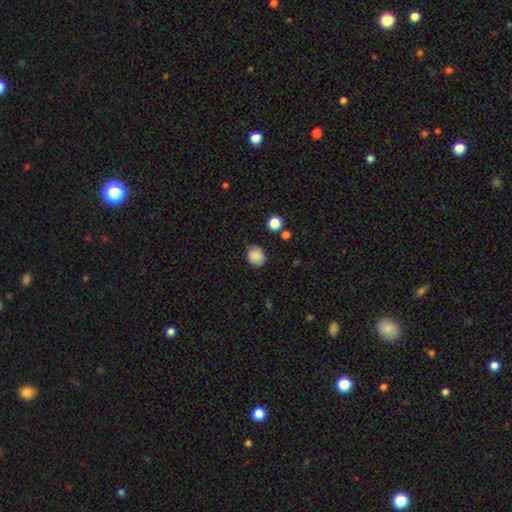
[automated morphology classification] Smooth or featured: smooth — 86% (star or artifact — 9%)
How rounded: round — 64% (in between — 36%)
Merging: none — 77% (minor disturbance — 17%)